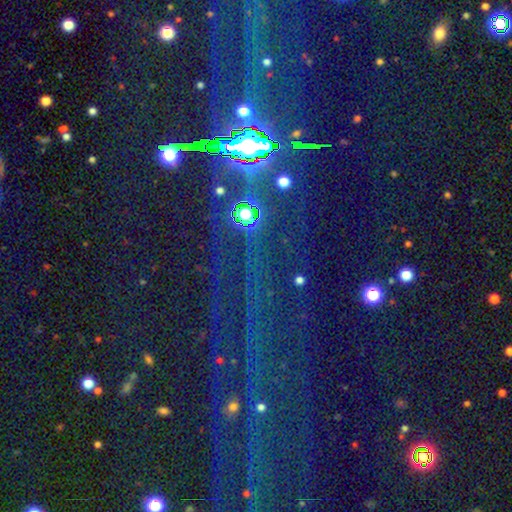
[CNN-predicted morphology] smooth-or-featured: star or artifact: 84% | smooth: 9% | featured or disk: 7%